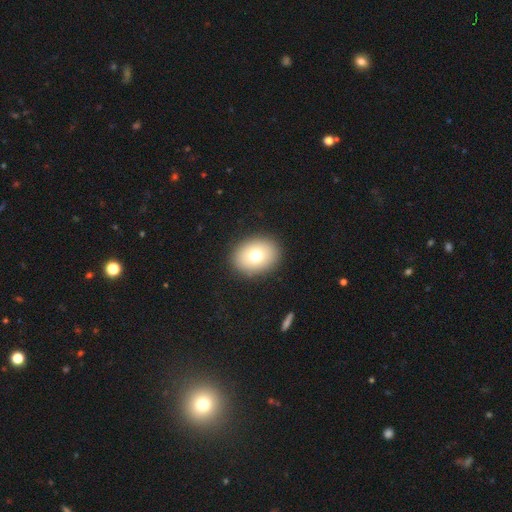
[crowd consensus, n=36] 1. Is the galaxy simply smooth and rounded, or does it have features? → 83% smooth, 17% featured or disk, 0% star or artifact.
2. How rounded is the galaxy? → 70% in between, 30% round, 0% cigar-shaped.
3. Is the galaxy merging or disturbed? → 81% none, 17% minor disturbance, 3% major disturbance, 0% merger.